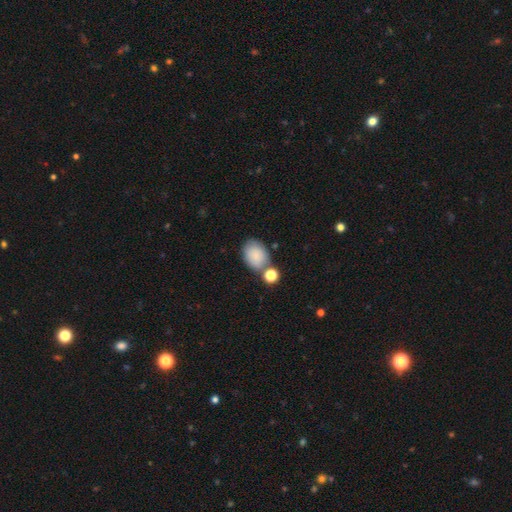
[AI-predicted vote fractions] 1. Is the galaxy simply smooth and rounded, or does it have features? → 84% smooth, 8% featured or disk, 8% star or artifact.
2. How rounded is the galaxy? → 75% in between, 24% round, 1% cigar-shaped.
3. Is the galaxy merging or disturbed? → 58% none, 21% merger, 17% minor disturbance, 5% major disturbance.